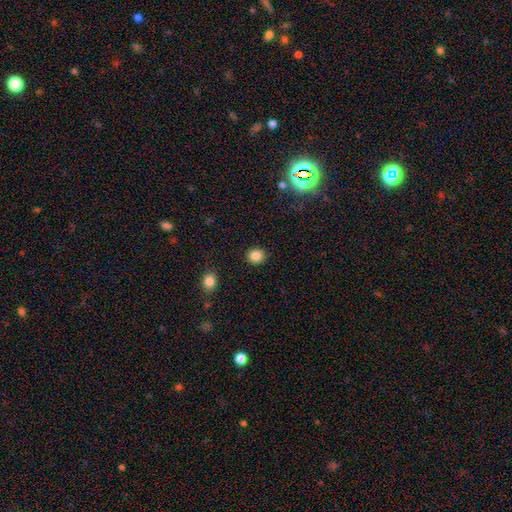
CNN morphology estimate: This is clearly a smooth galaxy (84%). How rounded: clearly round (85%). Merging: clearly none (91%).